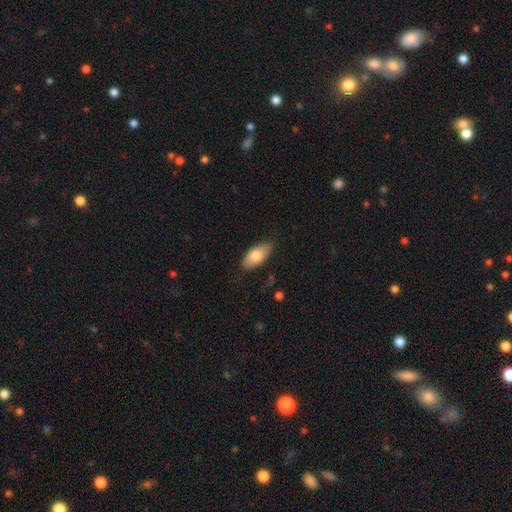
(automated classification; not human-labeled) Morphology: type=smooth (78%); roundness=in between (90%); merging=none (81%).